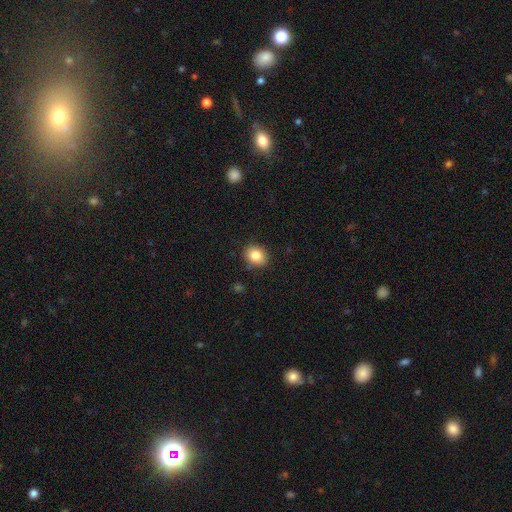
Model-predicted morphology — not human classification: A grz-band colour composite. It shows a smooth galaxy with no disk features (84%) that is round (55%). Merging: none (87%).